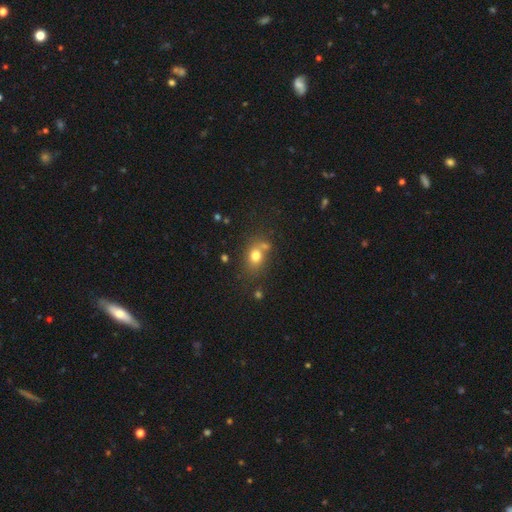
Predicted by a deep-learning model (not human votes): smooth 75%, star or artifact 14%, featured or disk 12%. Down the decision tree: how rounded — round (50%); merging — none (57%).